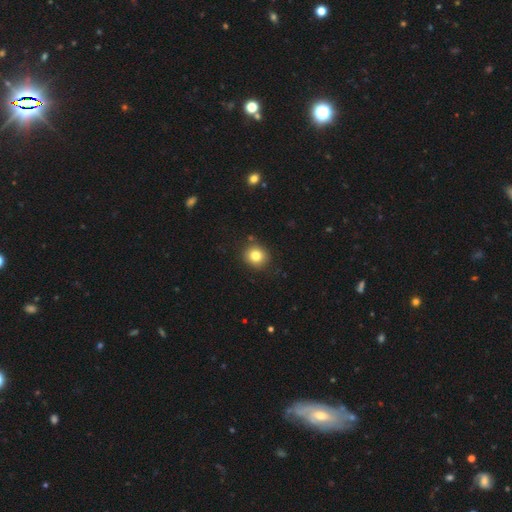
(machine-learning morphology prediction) Overall: smooth (81%). How rounded: round (83%). Merging: none (87%).